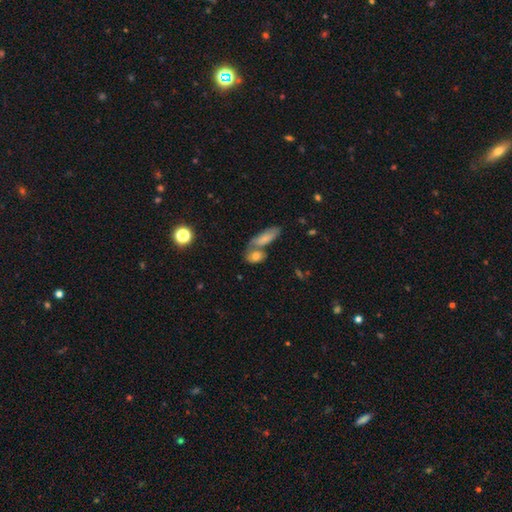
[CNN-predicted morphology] This appears to be a smooth galaxy with no disk features (69%) that is in between round and cigar-shaped (65%). Merging: merger (45%).